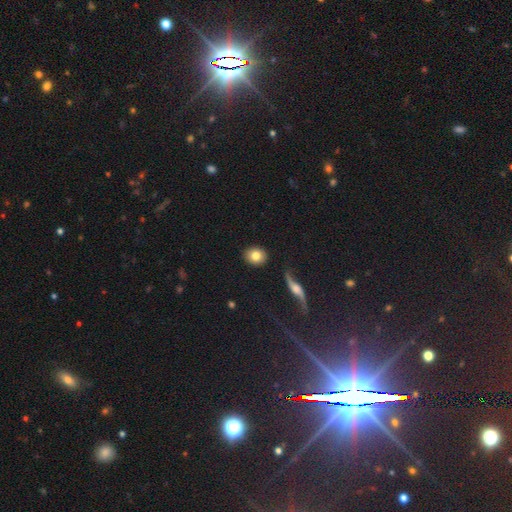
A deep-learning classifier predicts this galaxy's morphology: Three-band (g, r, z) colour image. It shows a smooth galaxy with no disk features (80%) that is round (68%). Merging: none (89%).